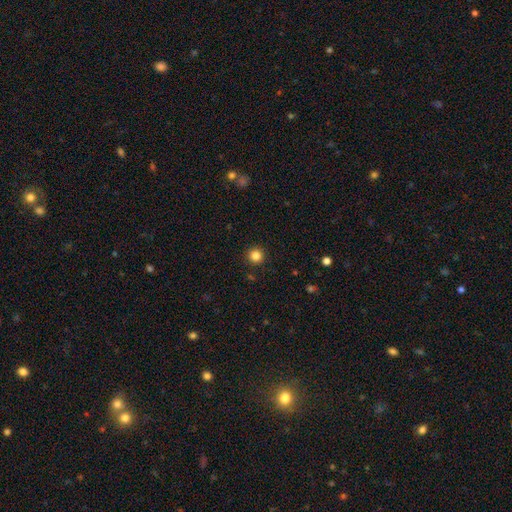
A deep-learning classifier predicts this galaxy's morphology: smooth-or-featured: smooth: 84% | star or artifact: 12% | featured or disk: 4%
  how-rounded: round: 96% | in between: 4% | cigar-shaped: 1%
  merging: none: 92% | minor disturbance: 5% | major disturbance: 2% | merger: 1%